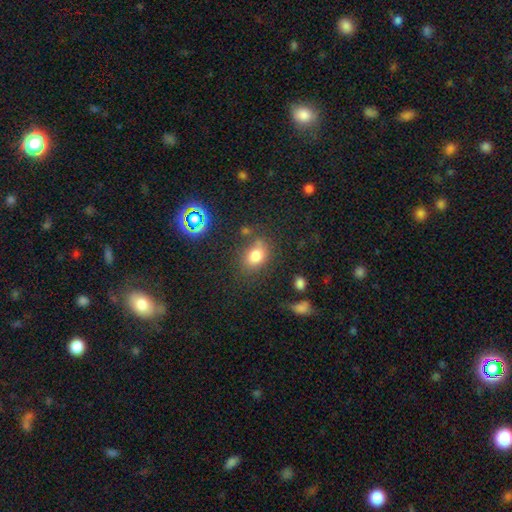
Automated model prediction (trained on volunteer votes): Overall: smooth (77%). How rounded: in between (65%; round 34%). Merging: none (67%).